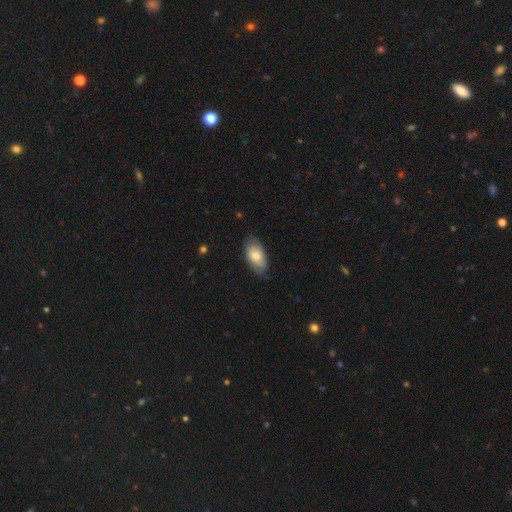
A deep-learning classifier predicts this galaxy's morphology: smooth-or-featured: smooth: 63% | featured or disk: 31% | star or artifact: 6%
  how-rounded: in between: 93% | round: 4% | cigar-shaped: 3%
  merging: none: 72% | minor disturbance: 22% | major disturbance: 5% | merger: 1%